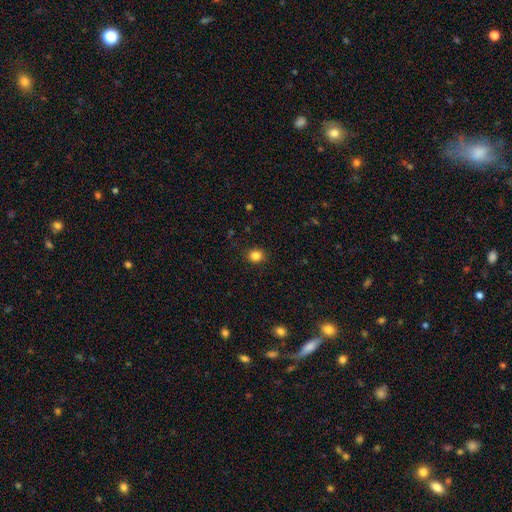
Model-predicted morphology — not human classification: smooth_or_featured: smooth (p=0.84) [alt: star or artifact p=0.12]
how_rounded: round (p=0.80) [alt: in between p=0.19]
merging: none (p=0.89) [alt: minor disturbance p=0.07]